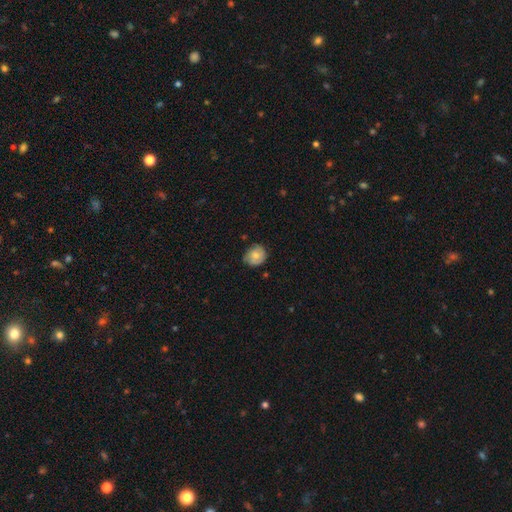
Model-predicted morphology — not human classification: smooth 58%, featured or disk 34%, star or artifact 7%. Down the decision tree: how rounded — round (78%); merging — none (72%).